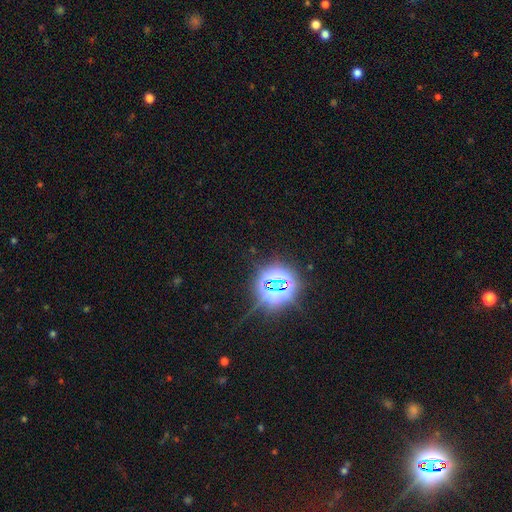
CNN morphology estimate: Q: Smooth or featured?
A: star or artifact (82%); runner-up: smooth (11%)